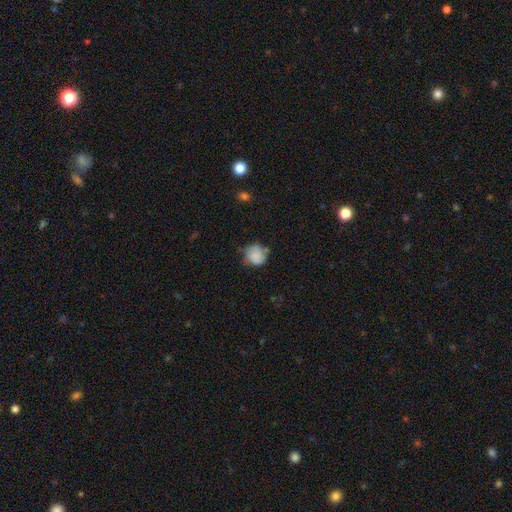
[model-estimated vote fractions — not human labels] A smooth galaxy with no disk features (81%) that is round (82%).

Vote fractions:
- Smooth or featured? smooth: 81% / featured or disk: 11% / star or artifact: 9%
- How rounded? round: 82% / in between: 17% / cigar-shaped: 1%
- Merging? none: 55% / minor disturbance: 31% / major disturbance: 9% / merger: 5%